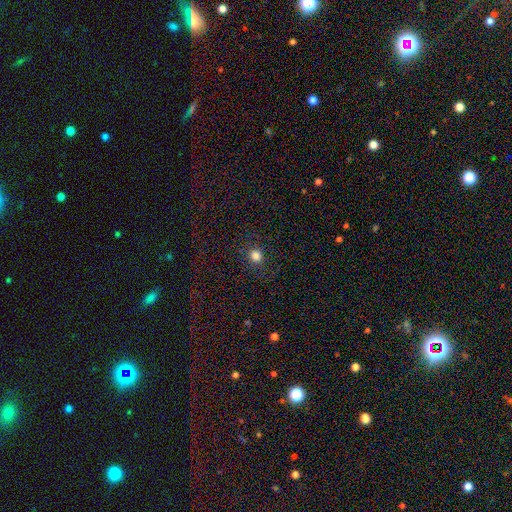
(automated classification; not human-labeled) Smooth or featured: smooth — 81% (star or artifact — 13%)
How rounded: round — 85% (in between — 14%)
Merging: none — 88% (minor disturbance — 8%)